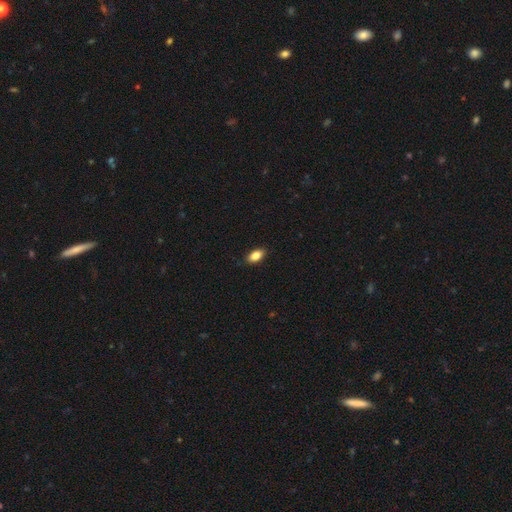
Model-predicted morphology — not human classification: A smooth galaxy with no disk features (85%) that is in between round and cigar-shaped (90%). Merging: none (88%).